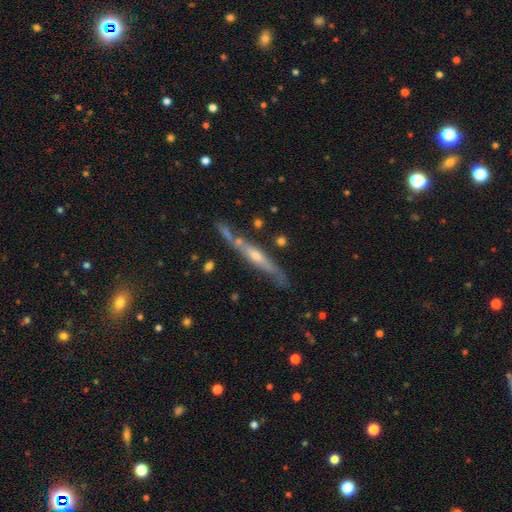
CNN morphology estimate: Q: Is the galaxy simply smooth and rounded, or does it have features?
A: featured or disk — 71%.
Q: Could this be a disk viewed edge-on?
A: yes — 87%.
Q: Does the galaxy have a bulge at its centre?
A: rounded — 67%.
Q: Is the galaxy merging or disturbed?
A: none — 71%.